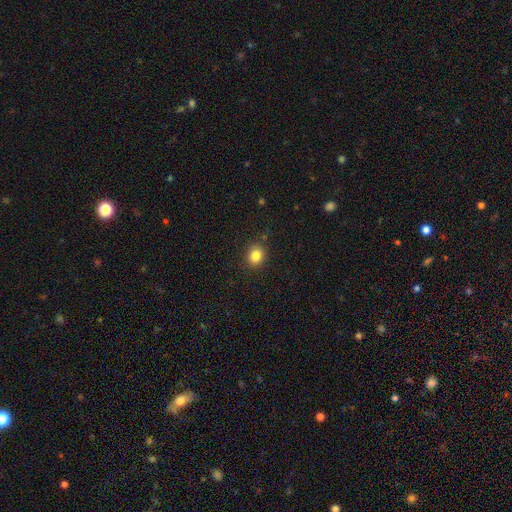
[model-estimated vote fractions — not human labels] Morphology: type=smooth (84%); roundness=round (72%); merging=none (88%).